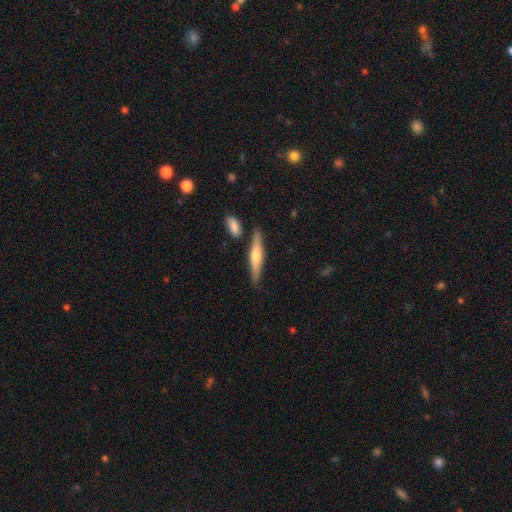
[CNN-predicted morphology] Smooth or featured? Predicted: featured or disk (p=0.54). Edge-on disk? Predicted: yes (p=0.95). Edge-on bulge? Predicted: rounded (p=0.84). Merging? Predicted: none (p=0.83).